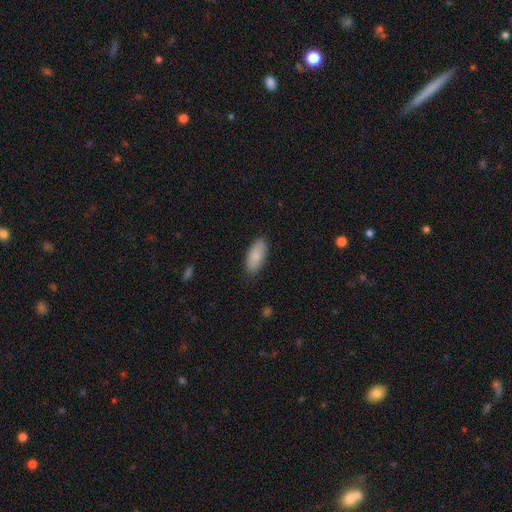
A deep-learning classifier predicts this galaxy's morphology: A smooth galaxy with no disk features (87%) that is in between round and cigar-shaped (85%).

Vote fractions:
- Smooth or featured? smooth: 87% / featured or disk: 7% / star or artifact: 6%
- How rounded? in between: 85% / cigar-shaped: 13% / round: 2%
- Merging? none: 86% / minor disturbance: 11% / major disturbance: 2% / merger: 1%